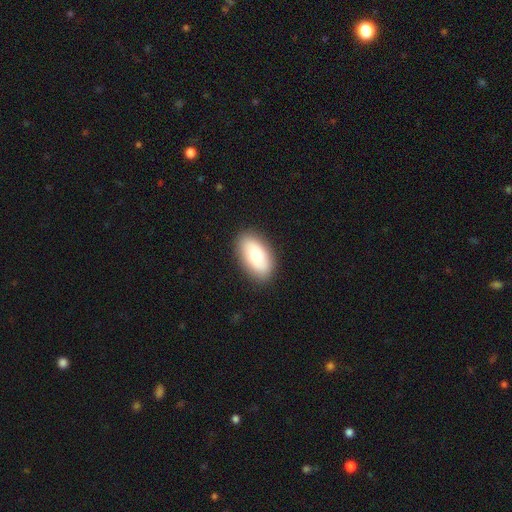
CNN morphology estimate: Smooth or featured: smooth — 71% (featured or disk — 22%)
How rounded: in between — 93% (round — 5%)
Merging: none — 88% (minor disturbance — 9%)